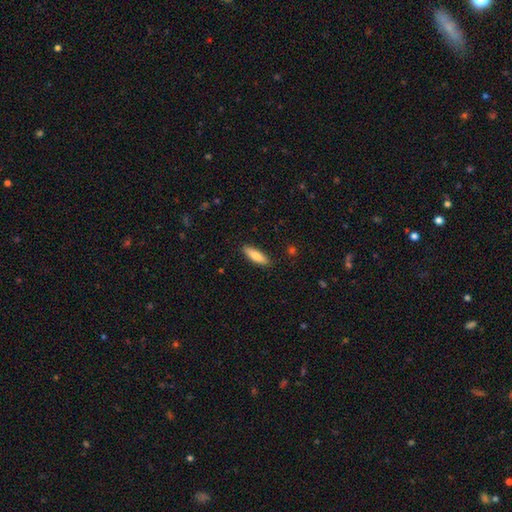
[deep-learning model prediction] Smooth or featured: smooth — 78% (featured or disk — 17%)
How rounded: cigar-shaped — 56% (in between — 42%)
Merging: none — 88% (minor disturbance — 9%)